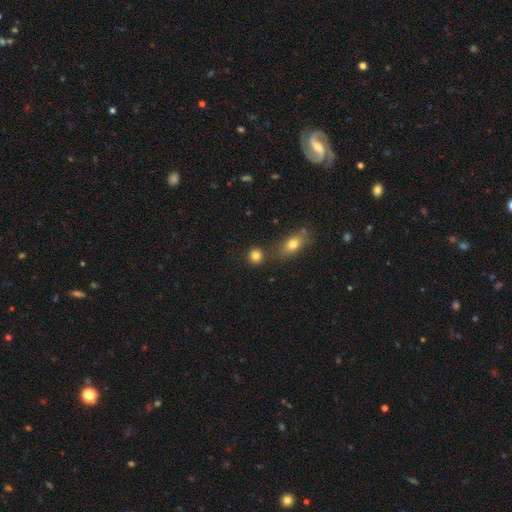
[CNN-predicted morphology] smooth 83%, star or artifact 12%, featured or disk 6%. Down the decision tree: how rounded — round (84%); merging — none (72%).